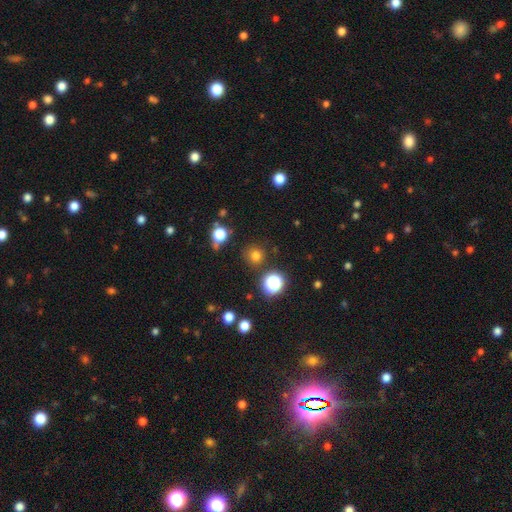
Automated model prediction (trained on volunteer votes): This appears to be a smooth galaxy with no disk features (73%) that is round (93%). Merging: none (86%).